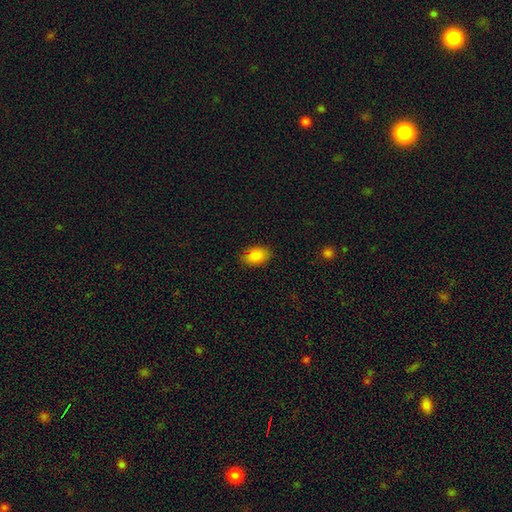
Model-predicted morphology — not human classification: This is clearly a smooth galaxy (85%). How rounded: clearly in between (86%). Merging: clearly none (84%).